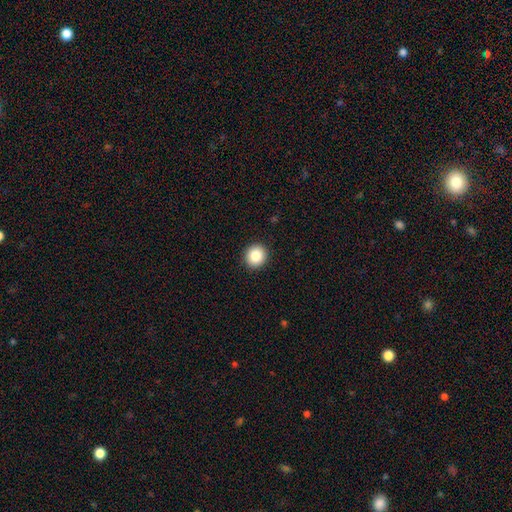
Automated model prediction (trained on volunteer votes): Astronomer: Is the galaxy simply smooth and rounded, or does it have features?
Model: smooth — 86%.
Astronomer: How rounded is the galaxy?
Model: round — 87%.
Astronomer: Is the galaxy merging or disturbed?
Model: none — 93%.